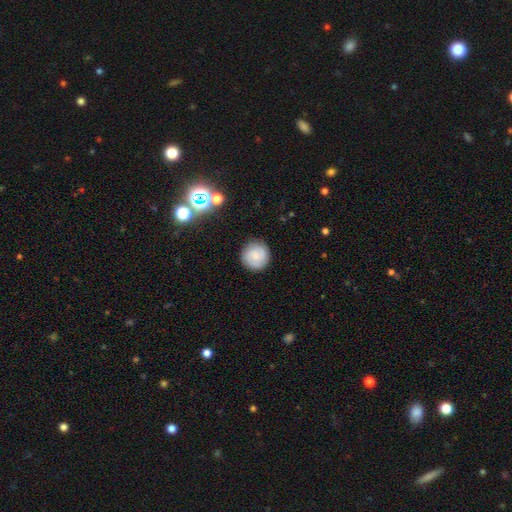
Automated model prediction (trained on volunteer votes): smooth-or-featured: smooth: 58% | featured or disk: 32% | star or artifact: 9%
  how-rounded: round: 93% | in between: 6% | cigar-shaped: 1%
  merging: none: 87% | minor disturbance: 9% | major disturbance: 3% | merger: 1%